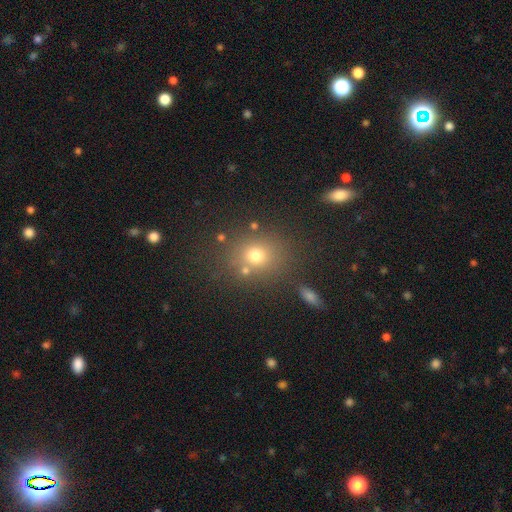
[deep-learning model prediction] smooth_or_featured: smooth (p=0.71) [alt: star or artifact p=0.18]
how_rounded: round (p=0.69) [alt: in between p=0.30]
merging: none (p=0.75) [alt: minor disturbance p=0.11]